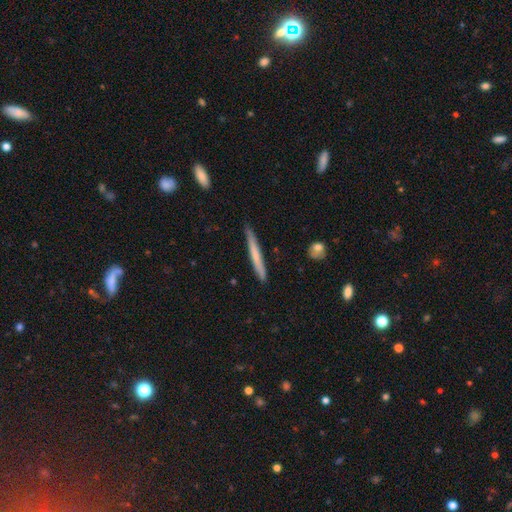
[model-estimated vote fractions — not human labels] Q: Smooth or featured?
A: smooth (58%); runner-up: featured or disk (36%)
Q: How rounded?
A: cigar-shaped (97%); runner-up: in between (2%)
Q: Merging?
A: none (85%); runner-up: minor disturbance (11%)